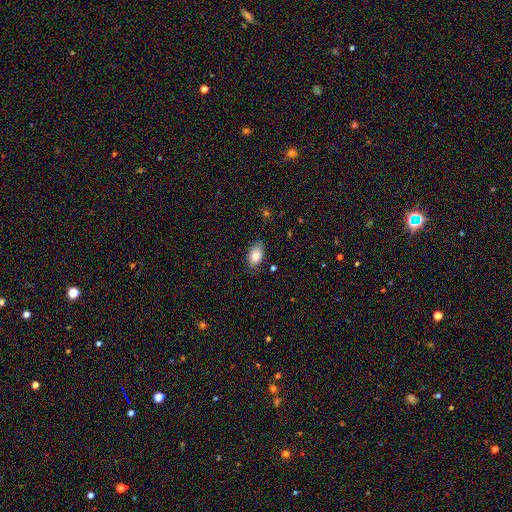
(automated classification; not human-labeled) The model was most divided on "merging": none: 77%, minor disturbance: 18%, major disturbance: 3%, merger: 2%. More confident: how rounded — in between (91%); smooth or featured — smooth (85%).